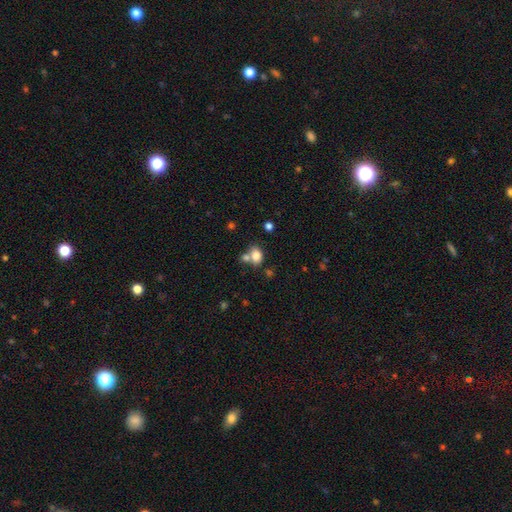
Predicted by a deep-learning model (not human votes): The model was most divided on "merging": none: 48%, merger: 35%, minor disturbance: 12%, major disturbance: 5%. More confident: smooth or featured — smooth (81%); how rounded — in between (70%).